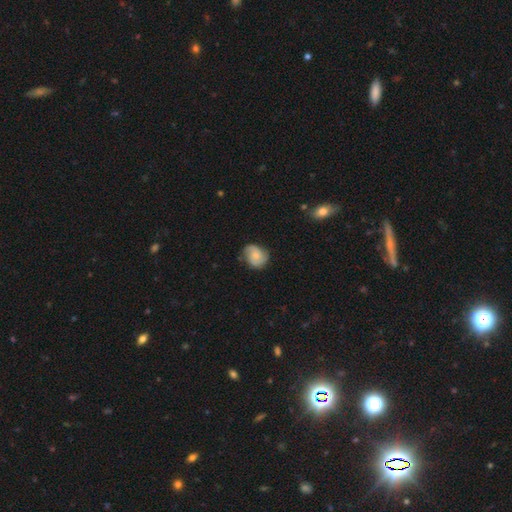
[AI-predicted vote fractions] smooth-or-featured: featured or disk: 57% | smooth: 36% | star or artifact: 7%
  disk-edge-on: no: 98% | yes: 2%
    bar: no: 73% | weak: 23% | strong: 3%
    has-spiral-arms: yes: 91% | no: 9%
      spiral-winding: medium: 42% | tight: 41% | loose: 17%
      spiral-arm-count: 2: 72% | can't tell: 13% | 3: 8% | 1: 4% | 4: 2% | more than 4: 2%
    bulge-size: small: 52% | moderate: 40% | none: 6% | large: 2% | dominant: 1%
  merging: none: 71% | minor disturbance: 22% | major disturbance: 5% | merger: 1%